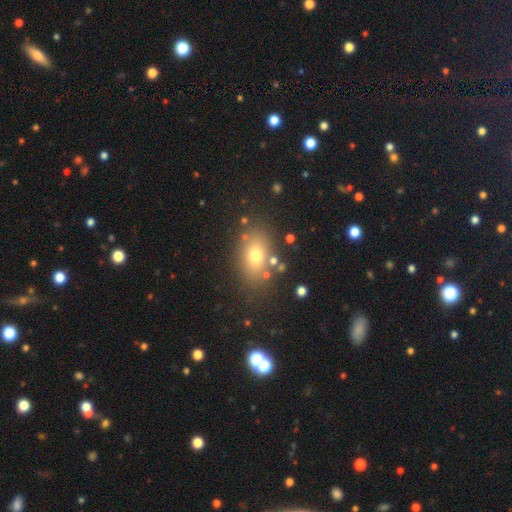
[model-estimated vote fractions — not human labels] Smooth or featured? smooth (70%)
How rounded? in between (77%)
Merging? none (78%)